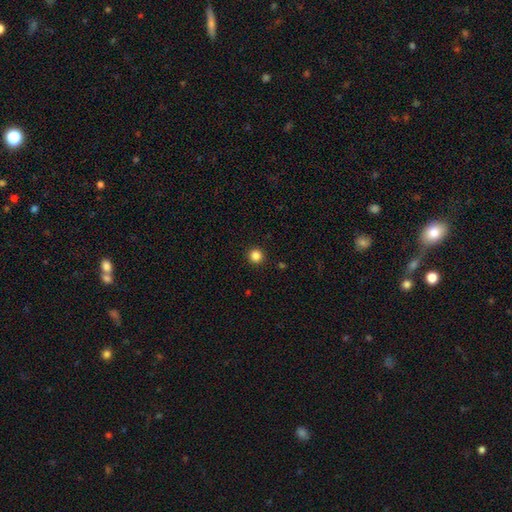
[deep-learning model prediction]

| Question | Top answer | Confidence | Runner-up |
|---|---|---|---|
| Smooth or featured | smooth | 85% | star or artifact (12%) |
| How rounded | round | 95% | in between (4%) |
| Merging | none | 93% | minor disturbance (5%) |